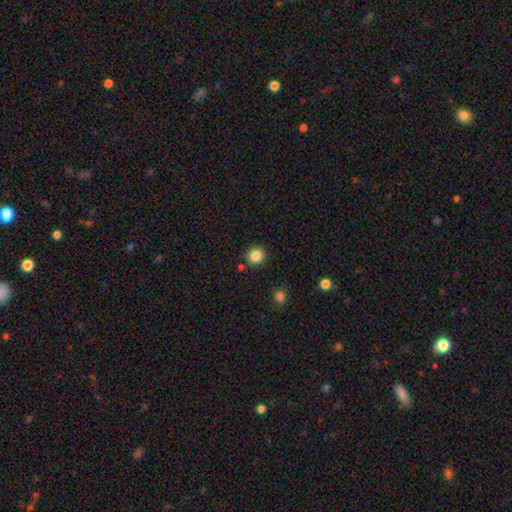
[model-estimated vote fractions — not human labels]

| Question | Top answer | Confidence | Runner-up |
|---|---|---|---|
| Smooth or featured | smooth | 86% | star or artifact (11%) |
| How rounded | round | 90% | in between (10%) |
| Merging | none | 87% | minor disturbance (7%) |